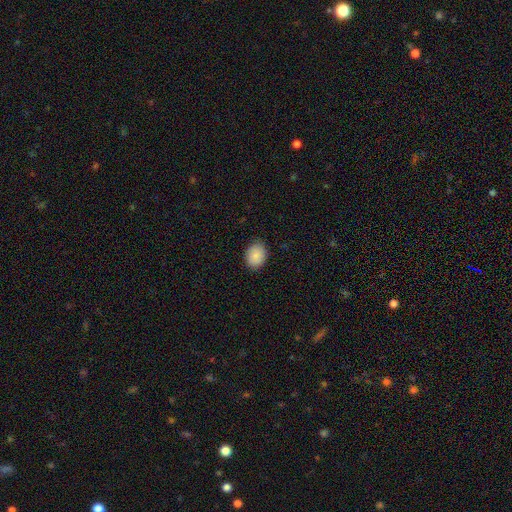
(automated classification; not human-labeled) smooth-or-featured: smooth: 89% | star or artifact: 7% | featured or disk: 4%
  how-rounded: in between: 61% | round: 39% | cigar-shaped: 1%
  merging: none: 85% | minor disturbance: 12% | major disturbance: 2% | merger: 1%